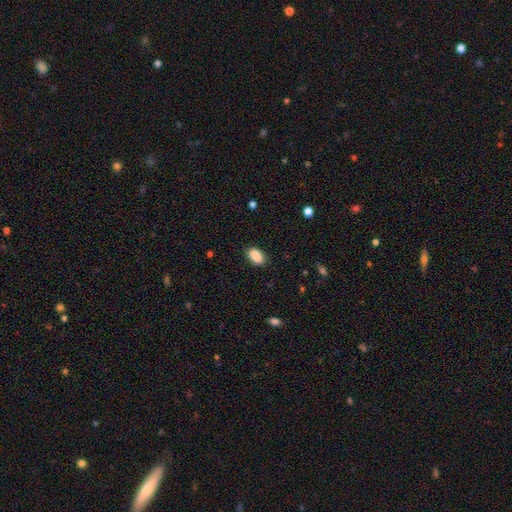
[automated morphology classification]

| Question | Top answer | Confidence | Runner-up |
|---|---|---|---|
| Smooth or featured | smooth | 90% | star or artifact (7%) |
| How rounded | in between | 92% | round (6%) |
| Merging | none | 87% | minor disturbance (10%) |